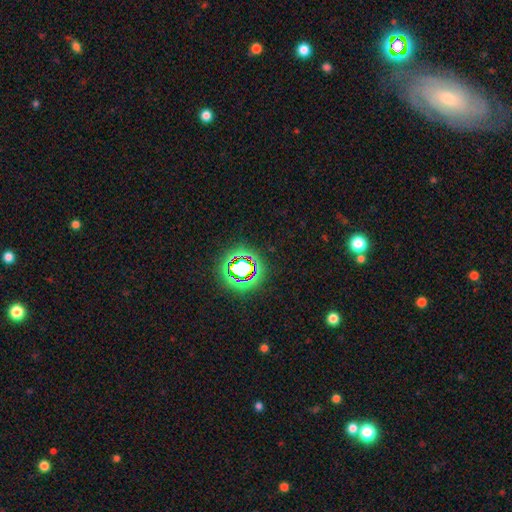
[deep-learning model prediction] This is likely a star or artifact rather than a galaxy (78%).